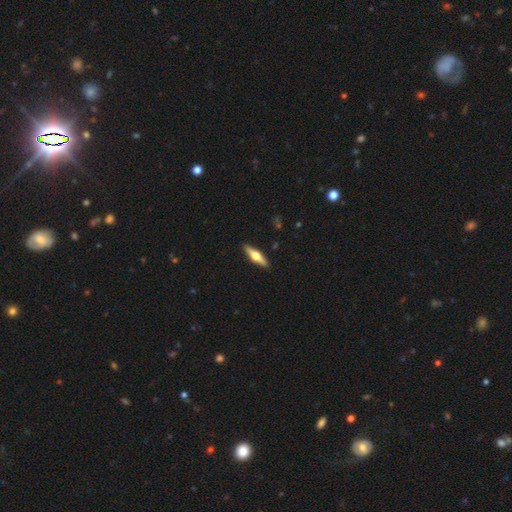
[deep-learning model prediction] Smooth or featured: featured or disk — 60% (smooth — 35%)
Edge-on disk: yes — 96% (no — 4%)
Edge-on bulge: rounded — 95% (boxy — 3%)
Merging: none — 91% (minor disturbance — 7%)